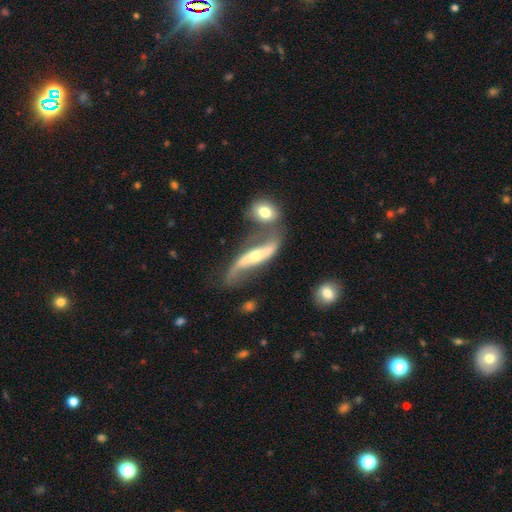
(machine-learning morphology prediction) This is likely a featured or disk galaxy (79%). It is likely not viewed edge-on (75%). Bar: marginally no (37%). Spiral arm pattern: clearly yes (88%). Spiral arm count: clearly 2 (88%). Spiral winding: clearly loose (88%). Central bulge: possibly moderate (59%). Merging: marginally merger (36%).